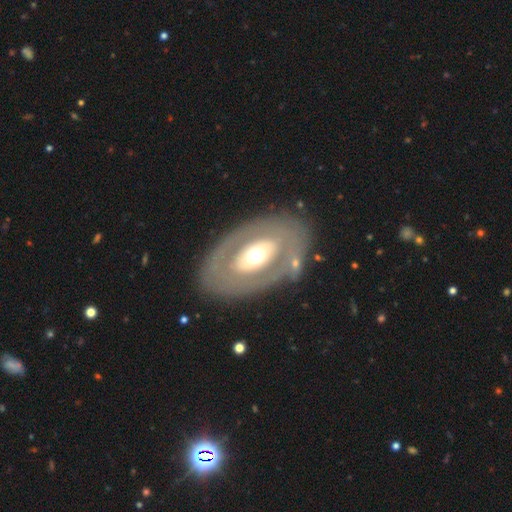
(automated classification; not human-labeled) Morphology: type=featured or disk (60%); edge-on=no (90%); bar=no (75%); spiral arms=no (86%); bulge=moderate (60%); merging=none (78%).